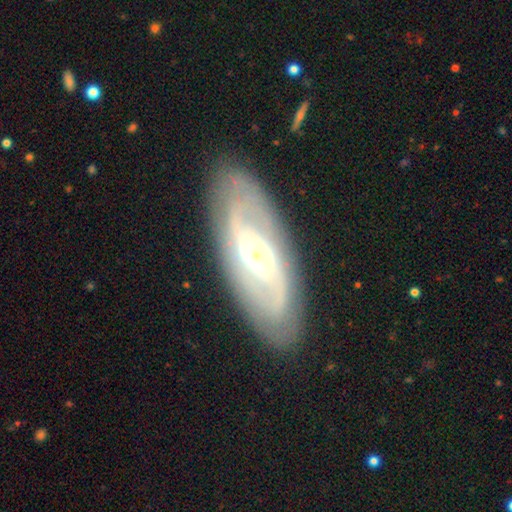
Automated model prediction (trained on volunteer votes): This is likely a featured or disk galaxy (79%). It is clearly not viewed edge-on (89%). Bar: possibly weak (46%). Spiral arm pattern: clearly yes (86%). Spiral arm count: likely 2 (73%). Spiral winding: marginally medium (41%). Central bulge: likely moderate (63%). Merging: clearly none (85%).